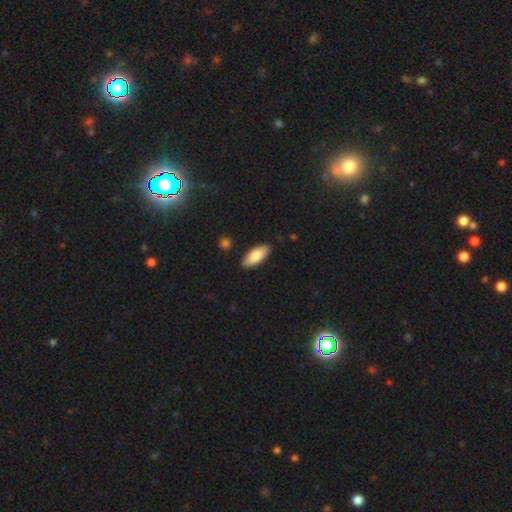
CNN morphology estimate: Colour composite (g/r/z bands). It shows a smooth galaxy with no disk features (81%) that is in between round and cigar-shaped (81%). Merging: none (88%).